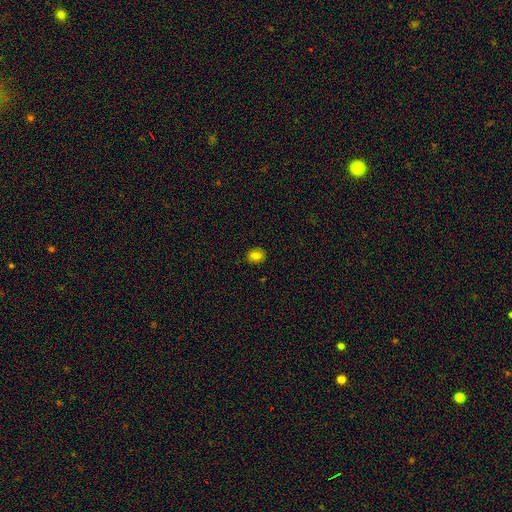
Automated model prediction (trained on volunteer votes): Overall: smooth (81%). How rounded: in between (52%; round 47%). Merging: none (87%).